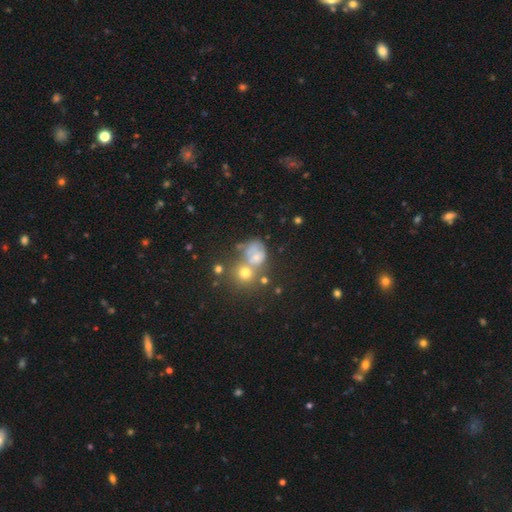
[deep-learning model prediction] Smooth or featured? Predicted: smooth (p=0.55). How rounded? Predicted: round (p=0.55). Merging? Predicted: merger (p=0.40).